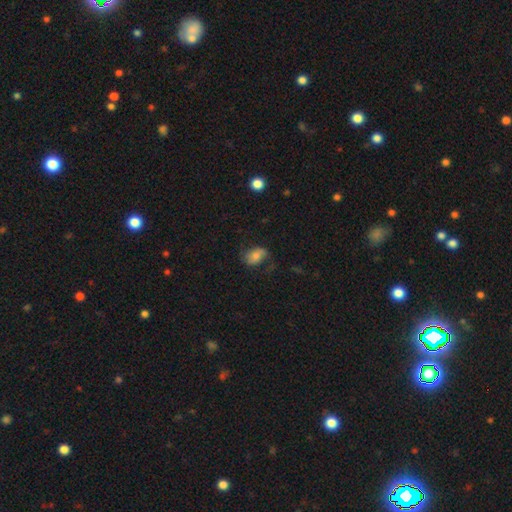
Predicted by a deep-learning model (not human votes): smooth-or-featured: smooth: 60% | featured or disk: 30% | star or artifact: 9%
  how-rounded: in between: 80% | round: 18% | cigar-shaped: 2%
  merging: none: 57% | minor disturbance: 26% | major disturbance: 16% | merger: 2%